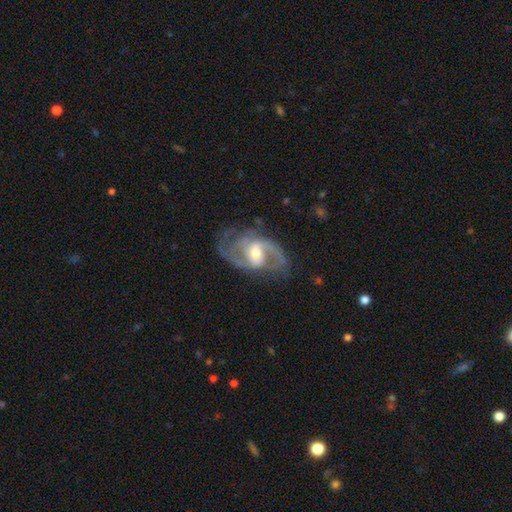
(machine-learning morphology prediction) This is clearly a featured or disk galaxy (90%). It is clearly not viewed edge-on (97%). Bar: possibly weak (50%). Spiral arm pattern: clearly yes (97%). Spiral arm count: likely 2 (79%). Spiral winding: possibly medium (56%). Central bulge: likely moderate (61%). Merging: likely none (73%).